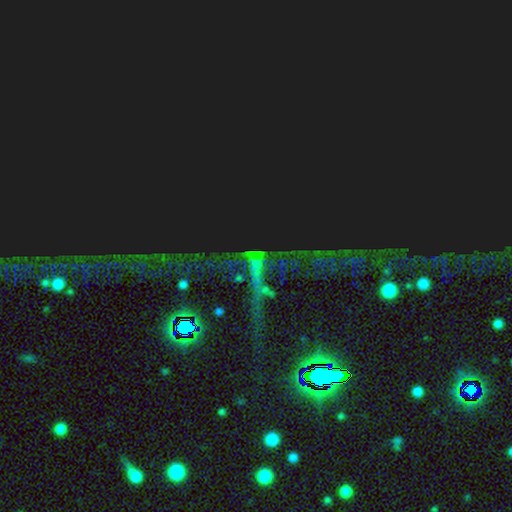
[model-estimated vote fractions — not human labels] This is likely a star or artifact rather than a galaxy (76%).